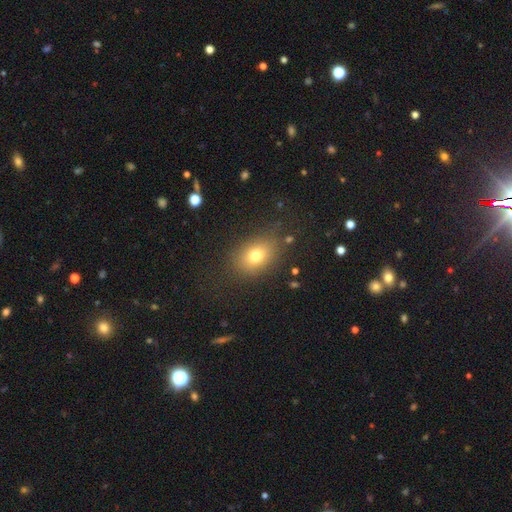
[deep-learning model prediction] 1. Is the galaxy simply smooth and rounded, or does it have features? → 75% smooth, 13% star or artifact, 12% featured or disk.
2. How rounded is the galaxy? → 68% in between, 30% round, 1% cigar-shaped.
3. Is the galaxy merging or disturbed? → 79% none, 13% minor disturbance, 6% major disturbance, 2% merger.